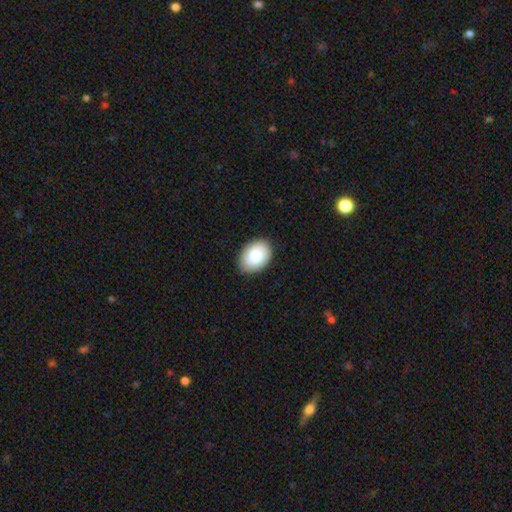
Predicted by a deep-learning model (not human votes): This is clearly a smooth galaxy (82%). How rounded: likely in between (79%). Merging: clearly none (87%).